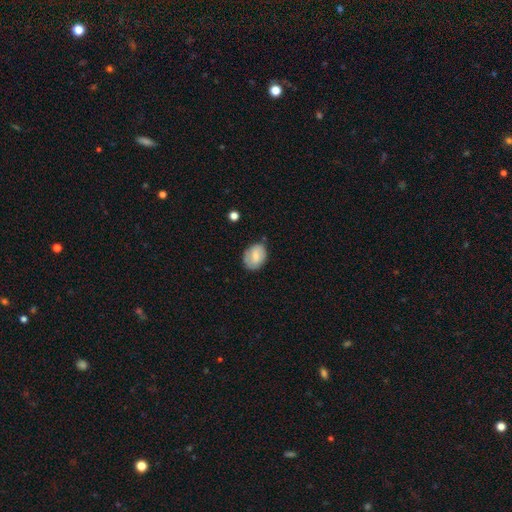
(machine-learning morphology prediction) Smooth or featured: smooth — 67% (featured or disk — 26%)
How rounded: in between — 66% (round — 32%)
Merging: none — 69% (minor disturbance — 23%)